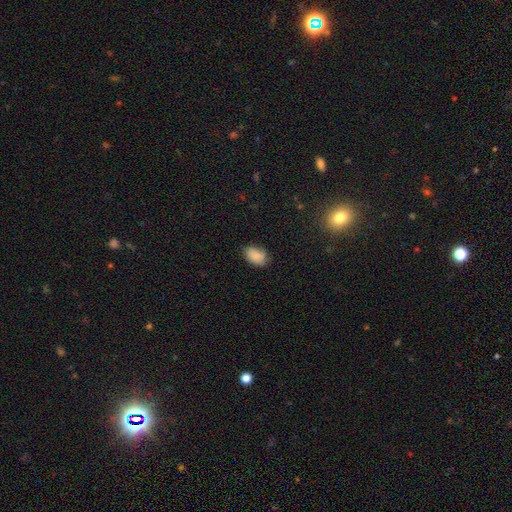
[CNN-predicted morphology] smooth 86%, star or artifact 8%, featured or disk 5%. Down the decision tree: how rounded — in between (88%); merging — none (74%).